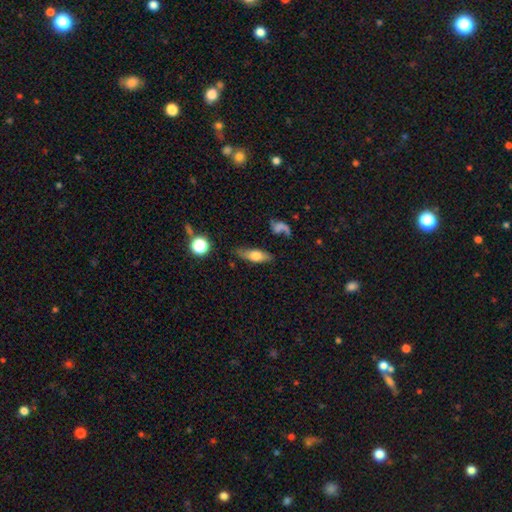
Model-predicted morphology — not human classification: Smooth or featured? Predicted: smooth (p=0.59). How rounded? Predicted: in between (p=0.60). Merging? Predicted: none (p=0.70).